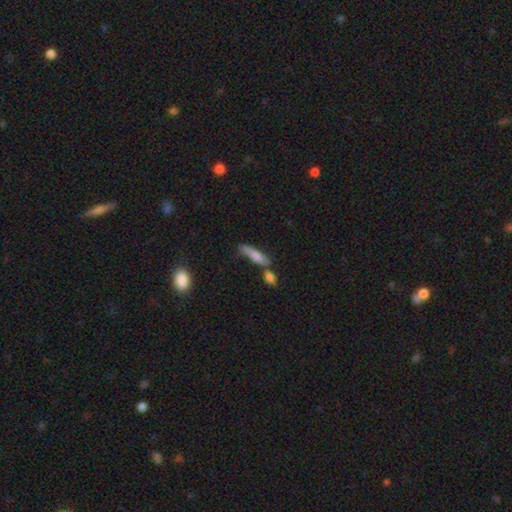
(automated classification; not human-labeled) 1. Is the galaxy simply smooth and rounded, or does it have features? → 70% smooth, 22% featured or disk, 8% star or artifact.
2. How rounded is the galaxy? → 68% cigar-shaped, 29% in between, 3% round.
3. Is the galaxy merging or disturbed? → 40% none, 32% merger, 19% minor disturbance, 9% major disturbance.